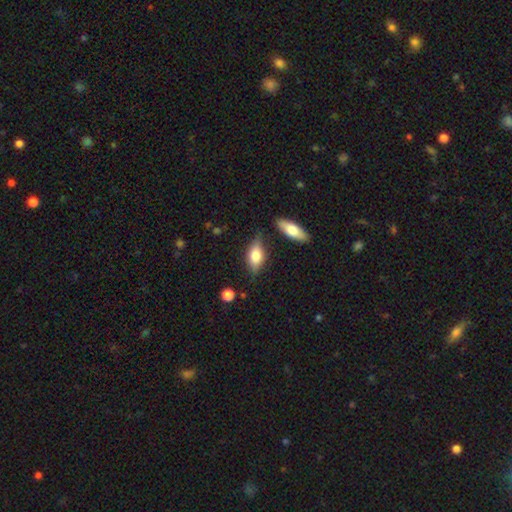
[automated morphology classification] smooth 70%, featured or disk 23%, star or artifact 7%. Down the decision tree: how rounded — in between (81%); merging — none (70%).